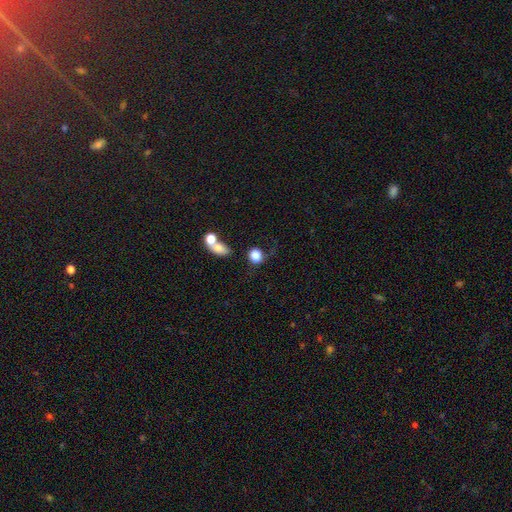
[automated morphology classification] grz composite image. It shows a smooth galaxy with no disk features (82%) that is round (74%). Merging: none (49%).